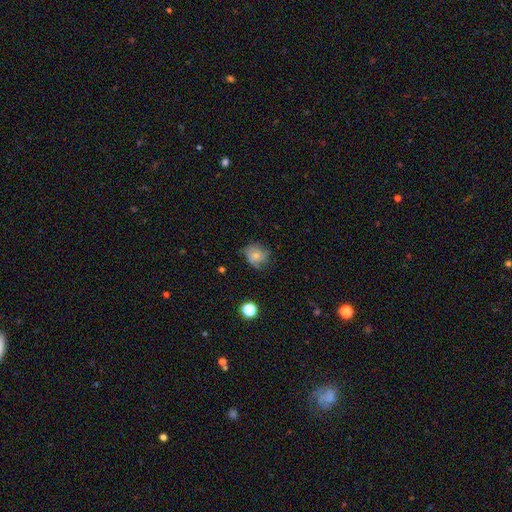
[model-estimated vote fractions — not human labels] smooth-or-featured: smooth: 57% | featured or disk: 33% | star or artifact: 11%
  how-rounded: round: 72% | in between: 27% | cigar-shaped: 1%
  merging: none: 61% | minor disturbance: 29% | major disturbance: 9% | merger: 2%